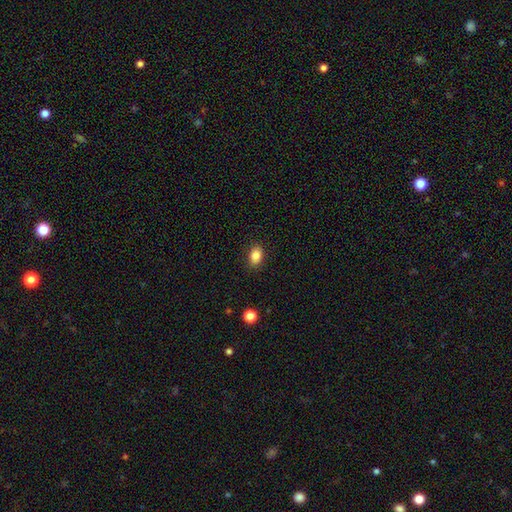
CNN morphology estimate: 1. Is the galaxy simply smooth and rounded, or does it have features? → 85% smooth, 10% star or artifact, 5% featured or disk.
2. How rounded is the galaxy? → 76% in between, 22% round, 1% cigar-shaped.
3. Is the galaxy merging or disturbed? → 88% none, 9% minor disturbance, 2% major disturbance, 1% merger.